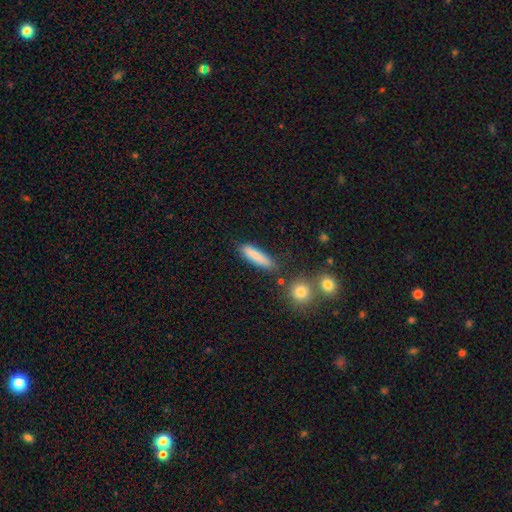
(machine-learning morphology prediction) Smooth or featured? Predicted: smooth (p=0.83). How rounded? Predicted: cigar-shaped (p=0.73). Merging? Predicted: none (p=0.81).